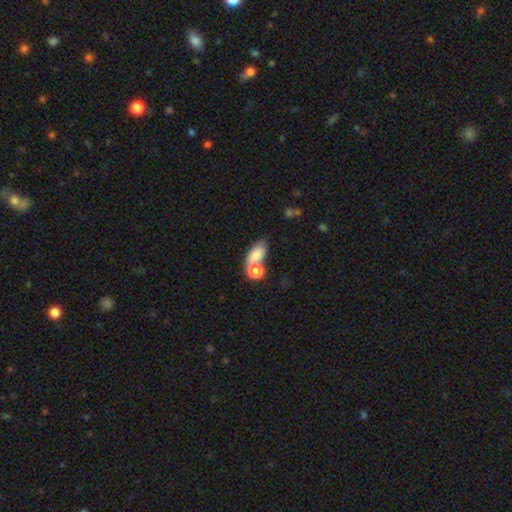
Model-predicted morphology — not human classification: Smooth or featured? smooth (78%)
How rounded? in between (83%)
Merging? merger (42%)